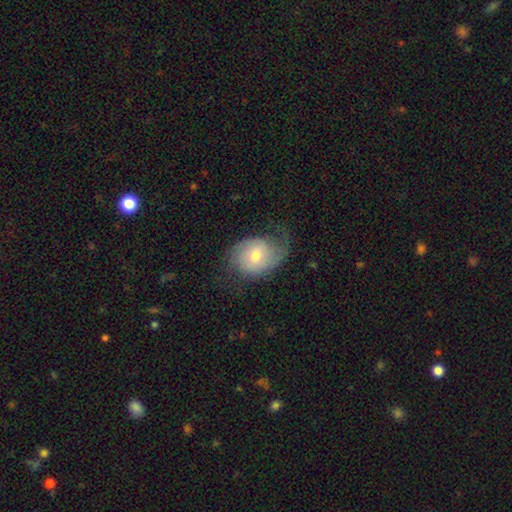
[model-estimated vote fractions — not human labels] This appears to be a featured or disk galaxy (58%) with no bar (57%), spiral arms (86%) and a moderate central bulge (61%). Merging: none (53%).